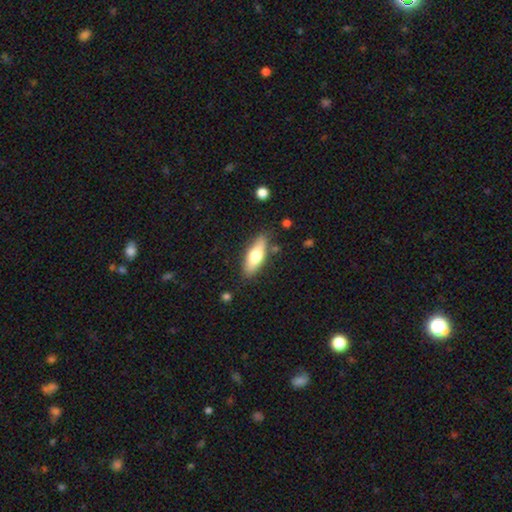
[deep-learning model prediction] smooth_or_featured: smooth (p=0.65) [alt: featured or disk p=0.29]
how_rounded: in between (p=0.61) [alt: cigar-shaped p=0.37]
merging: none (p=0.83) [alt: minor disturbance p=0.12]